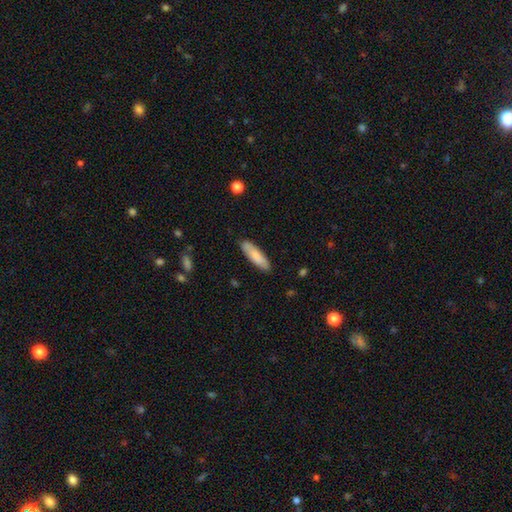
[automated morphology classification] smooth-or-featured: smooth: 81% | featured or disk: 14% | star or artifact: 5%
  how-rounded: cigar-shaped: 60% | in between: 39% | round: 1%
  merging: none: 86% | minor disturbance: 11% | major disturbance: 2% | merger: 1%